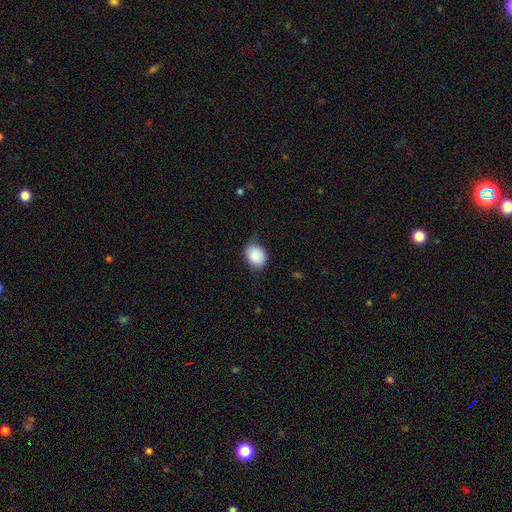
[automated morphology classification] Overall: smooth (87%). How rounded: in between (58%; round 42%). Merging: none (60%; minor disturbance 30%).